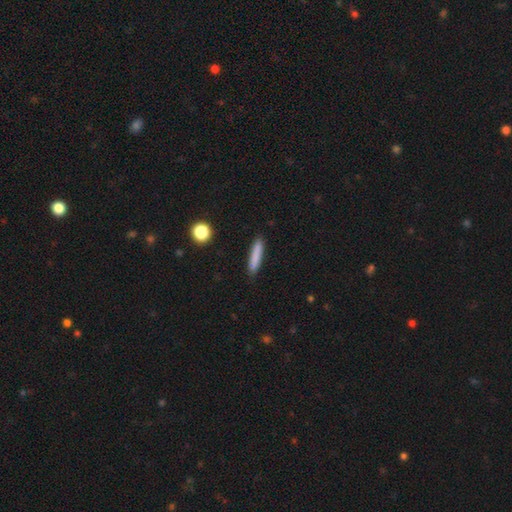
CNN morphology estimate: Smooth or featured: smooth — 82% (featured or disk — 11%)
How rounded: cigar-shaped — 90% (in between — 8%)
Merging: none — 87% (minor disturbance — 9%)